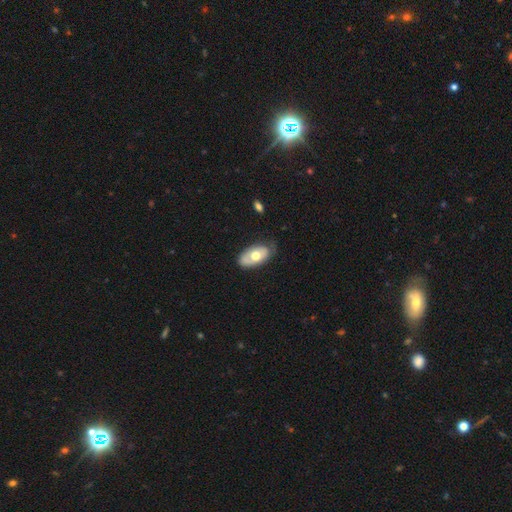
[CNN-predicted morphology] Smooth or featured? smooth (54%)
How rounded? in between (92%)
Merging? none (69%)